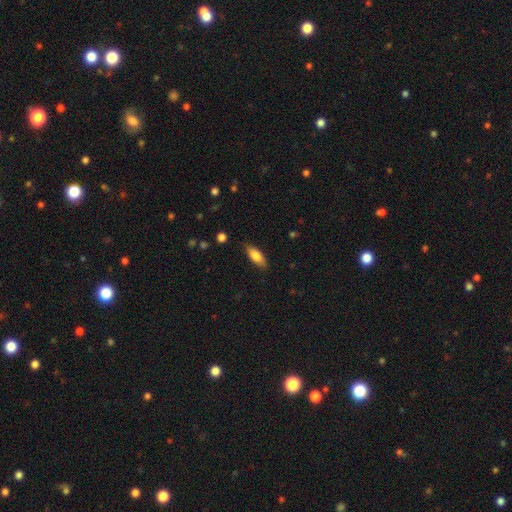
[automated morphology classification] Smooth or featured?
  - smooth: 81% *
  - featured or disk: 13%
  - star or artifact: 6%
How rounded?
  - in between: 72% *
  - cigar-shaped: 26%
  - round: 2%
Merging?
  - none: 83% *
  - minor disturbance: 13%
  - major disturbance: 3%
  - merger: 1%